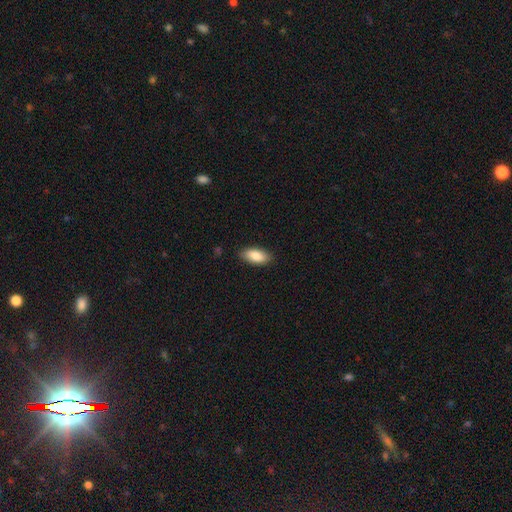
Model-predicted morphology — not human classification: Smooth or featured? Predicted: smooth (p=0.86). How rounded? Predicted: in between (p=0.86). Merging? Predicted: none (p=0.86).